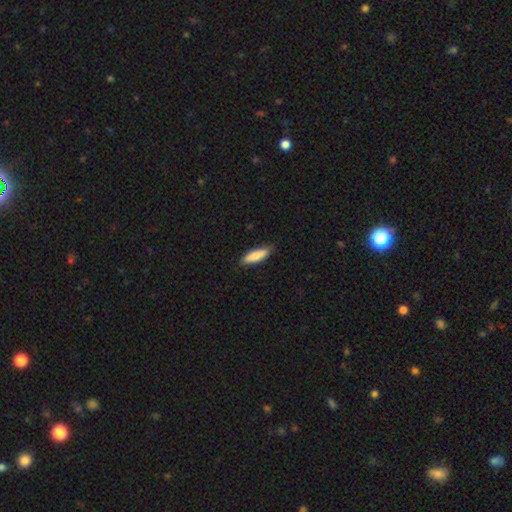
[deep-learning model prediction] Smooth or featured? smooth (80%)
How rounded? cigar-shaped (52%)
Merging? none (82%)